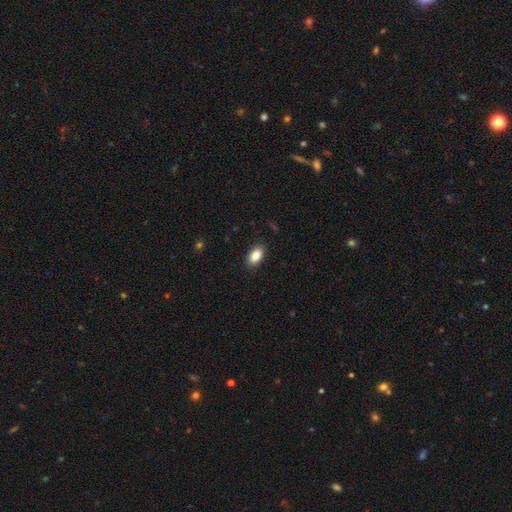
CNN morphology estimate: This is clearly a smooth galaxy (85%). How rounded: clearly in between (92%). Merging: clearly none (88%).